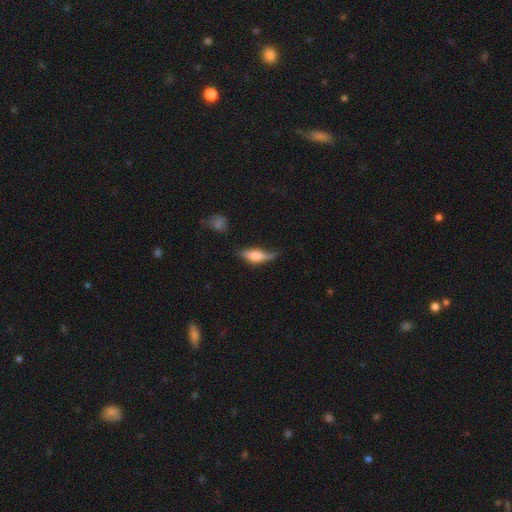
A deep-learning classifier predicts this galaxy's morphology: Smooth or featured?
  - smooth: 61% *
  - featured or disk: 31%
  - star or artifact: 8%
How rounded?
  - in between: 65% *
  - cigar-shaped: 30%
  - round: 4%
Merging?
  - none: 40% *
  - minor disturbance: 37%
  - major disturbance: 19%
  - merger: 5%